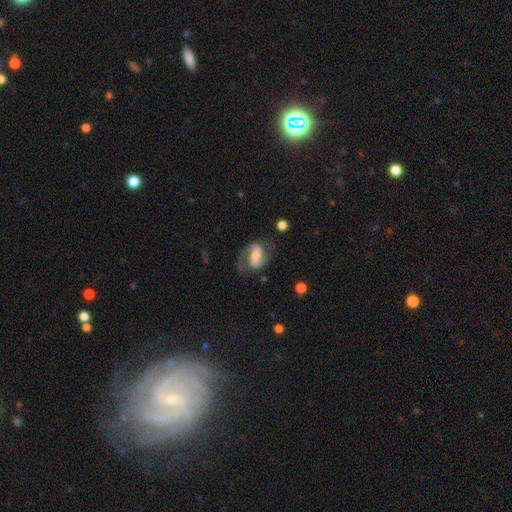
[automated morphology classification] smooth_or_featured: featured or disk (p=0.76) [alt: smooth p=0.18]
disk_edge_on: no (p=0.97) [alt: yes p=0.03]
bar: weak (p=0.39) [alt: strong p=0.37]
has_spiral_arms: yes (p=0.93) [alt: no p=0.07]
spiral_winding: medium (p=0.51) [alt: loose p=0.30]
spiral_arm_count: 2 (p=0.86) [alt: 1 p=0.06]
bulge_size: moderate (p=0.44) [alt: small p=0.32]
merging: none (p=0.65) [alt: minor disturbance p=0.18]